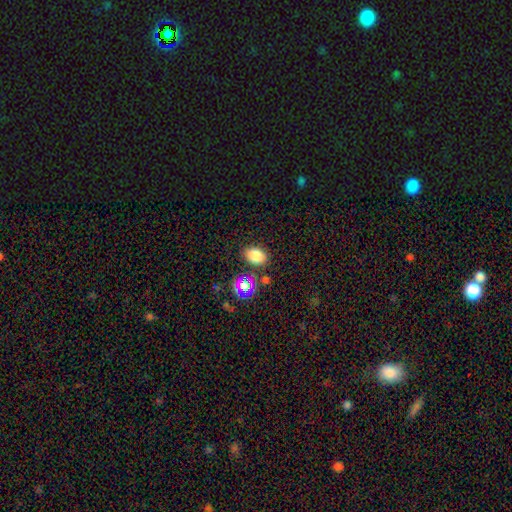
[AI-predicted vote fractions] The model was most divided on "how rounded": in between: 76%, round: 23%, cigar-shaped: 1%. More confident: merging — none (82%); smooth or featured — smooth (80%).